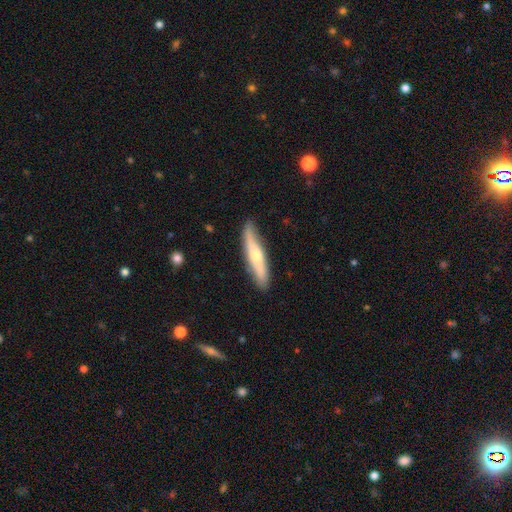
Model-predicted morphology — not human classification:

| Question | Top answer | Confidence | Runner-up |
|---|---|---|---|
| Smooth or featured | smooth | 48% | featured or disk (47%) |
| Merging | none | 84% | minor disturbance (12%) |